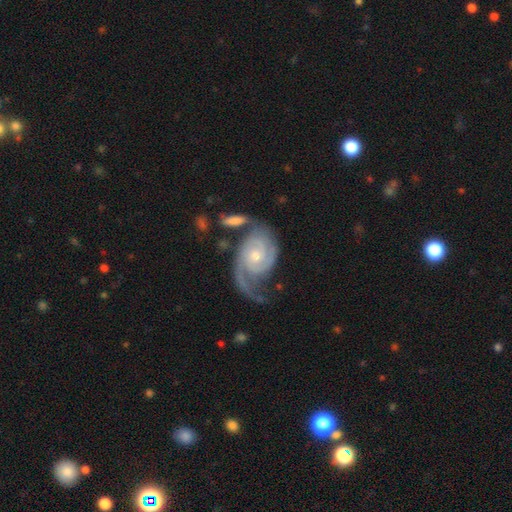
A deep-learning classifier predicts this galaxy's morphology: type=featured or disk (89%); edge-on=no (97%); bar=no (68%); spiral arms=yes (98%); winding=tight (51%); arm count=2 (63%); bulge=small (48%); merging=none (44%).